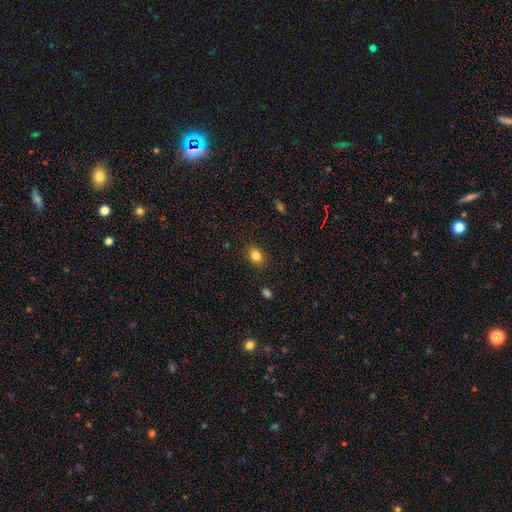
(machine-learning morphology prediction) type=smooth (82%); roundness=round (52%); merging=none (88%).